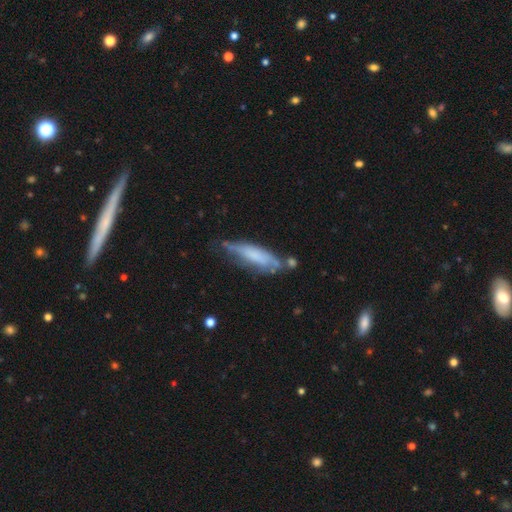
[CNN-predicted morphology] Smooth or featured: smooth — 51% (featured or disk — 41%)
How rounded: cigar-shaped — 64% (in between — 34%)
Merging: none — 42% (minor disturbance — 33%)